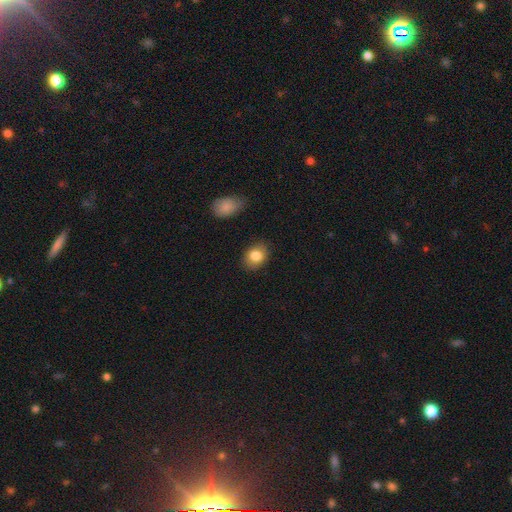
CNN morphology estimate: smooth-or-featured: smooth: 83% | featured or disk: 9% | star or artifact: 8%
  how-rounded: in between: 61% | round: 38% | cigar-shaped: 1%
  merging: none: 84% | minor disturbance: 12% | major disturbance: 3% | merger: 2%